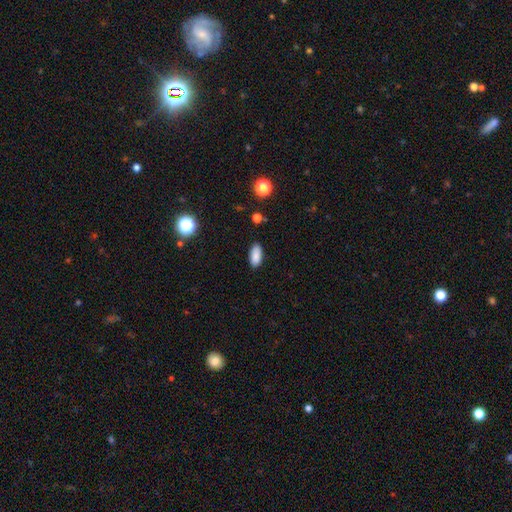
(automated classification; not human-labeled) This appears to be a smooth galaxy with no disk features (87%) that is in between round and cigar-shaped (88%). Merging: none (88%).